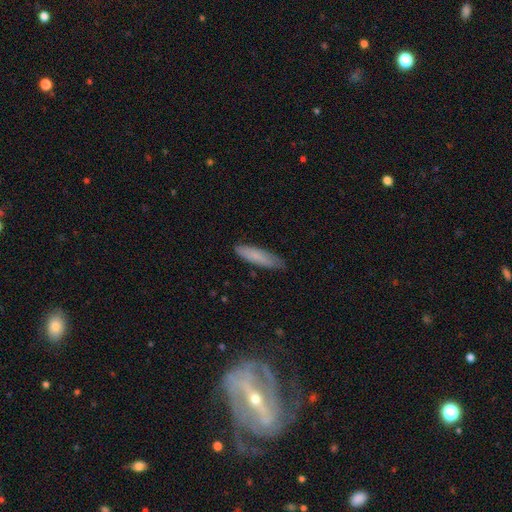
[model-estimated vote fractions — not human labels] A smooth galaxy with no disk features (77%) that is cigar-shaped (74%).

Vote fractions:
- Smooth or featured? smooth: 77% / featured or disk: 16% / star or artifact: 7%
- How rounded? cigar-shaped: 74% / in between: 24% / round: 1%
- Merging? none: 80% / minor disturbance: 16% / major disturbance: 3% / merger: 1%